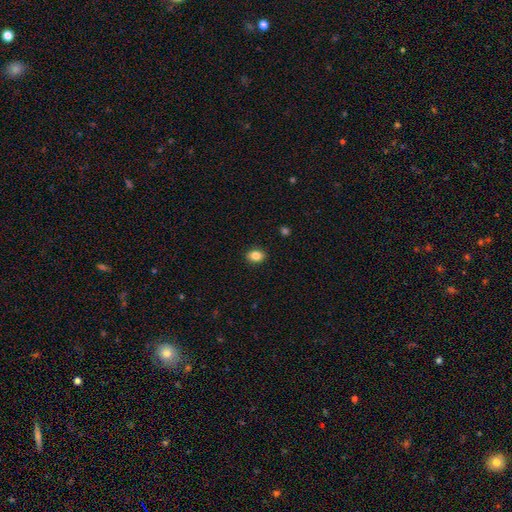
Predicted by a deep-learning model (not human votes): This appears to be a smooth galaxy with no disk features (85%) that is in between round and cigar-shaped (66%). Merging: none (89%).